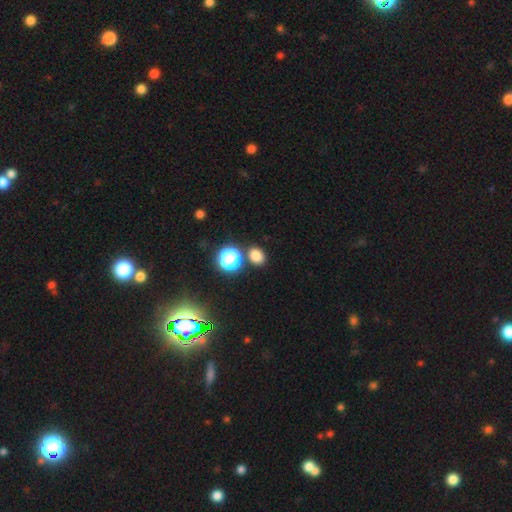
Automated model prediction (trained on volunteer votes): The model was most divided on "how rounded": in between: 52%, round: 47%, cigar-shaped: 1%. More confident: smooth or featured — smooth (77%); merging — none (76%).